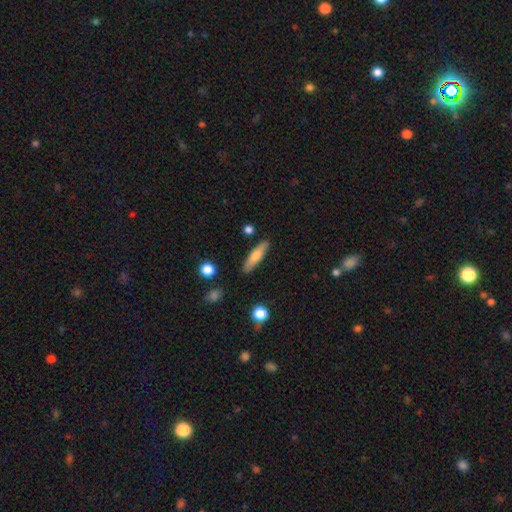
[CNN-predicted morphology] Q: Smooth or featured?
A: smooth (71%); runner-up: featured or disk (23%)
Q: How rounded?
A: cigar-shaped (74%); runner-up: in between (24%)
Q: Merging?
A: none (86%); runner-up: minor disturbance (9%)